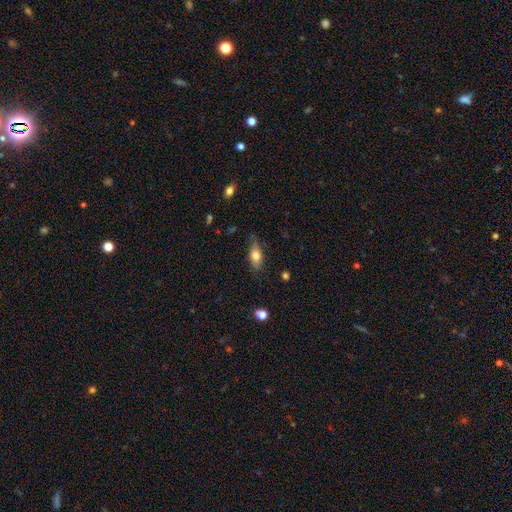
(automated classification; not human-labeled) This appears to be a smooth galaxy with no disk features (76%) that is in between round and cigar-shaped (81%). Merging: none (73%).